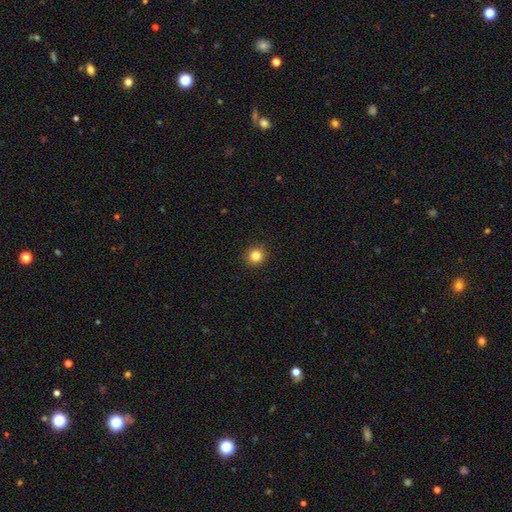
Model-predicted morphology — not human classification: Smooth or featured?
  - smooth: 83% *
  - star or artifact: 12%
  - featured or disk: 5%
How rounded?
  - round: 93% *
  - in between: 6%
  - cigar-shaped: 1%
Merging?
  - none: 93% *
  - minor disturbance: 4%
  - major disturbance: 2%
  - merger: 1%